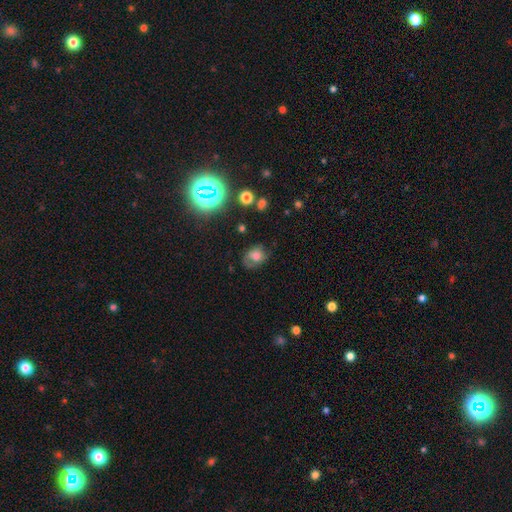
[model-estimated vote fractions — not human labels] Smooth or featured?
  - smooth: 55% *
  - featured or disk: 28%
  - star or artifact: 17%
How rounded?
  - in between: 57% *
  - round: 42%
  - cigar-shaped: 1%
Merging?
  - none: 54% *
  - minor disturbance: 27%
  - major disturbance: 17%
  - merger: 3%